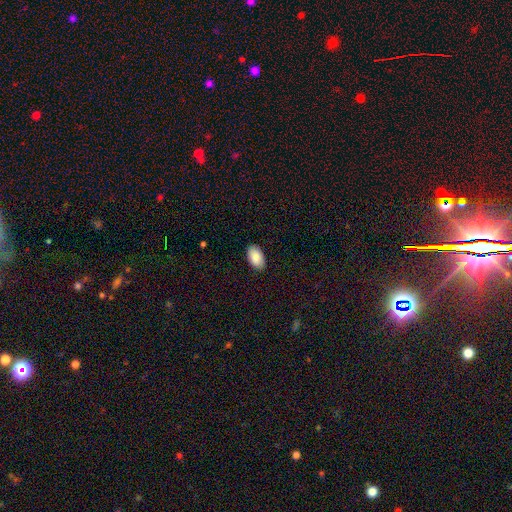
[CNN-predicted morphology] smooth_or_featured: smooth (p=0.88) [alt: star or artifact p=0.06]
how_rounded: in between (p=0.95) [alt: round p=0.04]
merging: none (p=0.89) [alt: minor disturbance p=0.09]